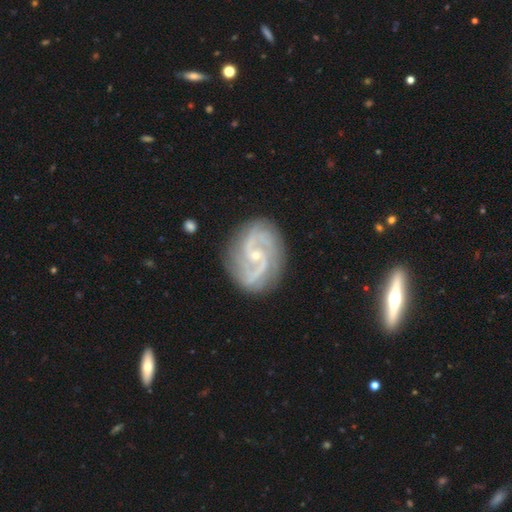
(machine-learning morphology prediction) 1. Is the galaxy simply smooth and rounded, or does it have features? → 91% featured or disk, 5% star or artifact, 4% smooth.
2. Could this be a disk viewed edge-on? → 98% no, 2% yes.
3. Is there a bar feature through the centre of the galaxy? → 53% no, 34% weak, 12% strong.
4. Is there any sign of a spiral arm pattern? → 98% yes, 2% no.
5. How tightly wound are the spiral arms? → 53% medium, 31% tight, 16% loose.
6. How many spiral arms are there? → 72% 2, 12% 3, 6% can't tell, 4% 4, 3% 1, 3% more than 4.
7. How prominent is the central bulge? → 74% small, 23% moderate, 1% none, 1% large, 1% dominant.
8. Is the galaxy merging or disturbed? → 80% none, 14% minor disturbance, 4% major disturbance, 2% merger.